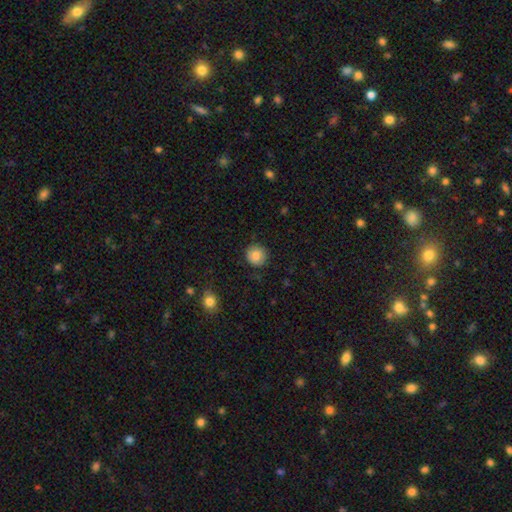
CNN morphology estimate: This is clearly a smooth galaxy (83%). How rounded: clearly round (92%). Merging: clearly none (87%).